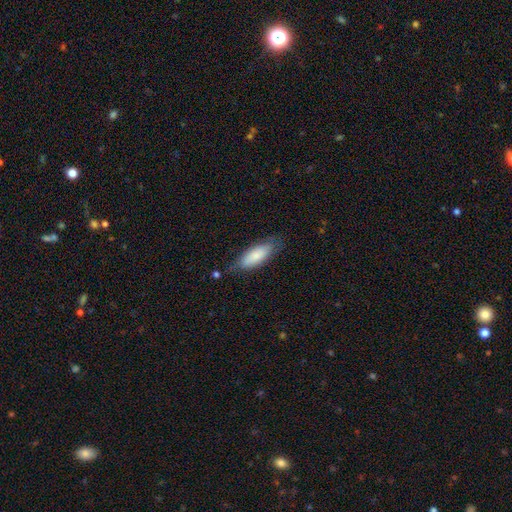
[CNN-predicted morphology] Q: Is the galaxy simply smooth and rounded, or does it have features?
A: smooth — 80%.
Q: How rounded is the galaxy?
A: in between — 71%.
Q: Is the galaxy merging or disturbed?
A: none — 69%.